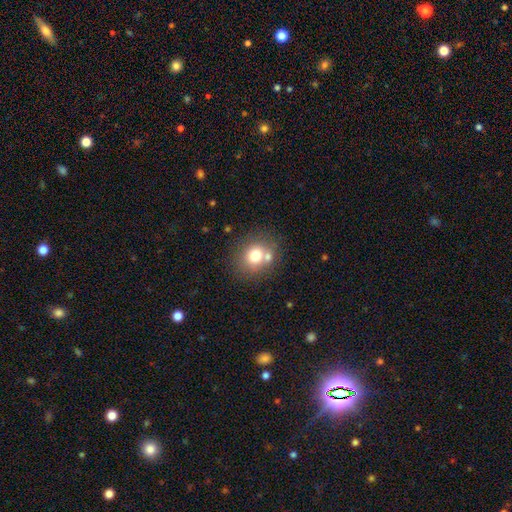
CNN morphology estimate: A smooth galaxy with no disk features (74%) that is round (73%). Merging: none (63%).